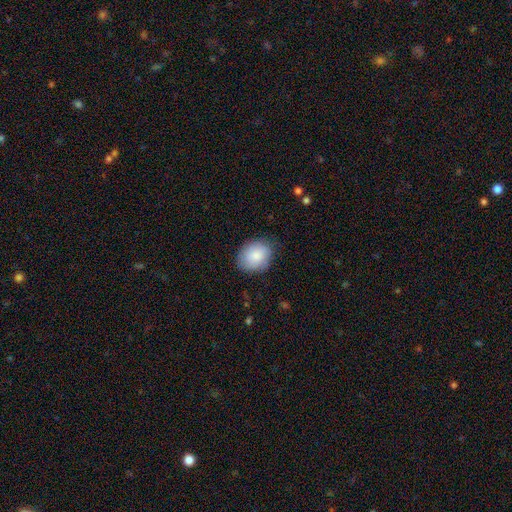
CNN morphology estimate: Smooth or featured: smooth — 85% (featured or disk — 9%)
How rounded: in between — 59% (round — 41%)
Merging: none — 78% (minor disturbance — 17%)